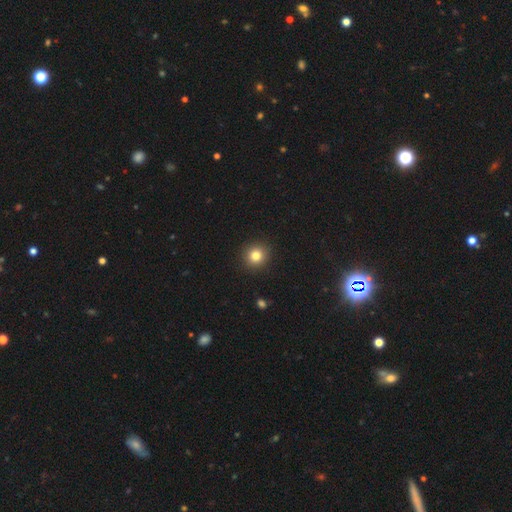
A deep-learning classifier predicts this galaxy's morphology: The model was most divided on "smooth or featured": smooth: 82%, star or artifact: 11%, featured or disk: 7%. More confident: merging — none (92%); how rounded — round (90%).